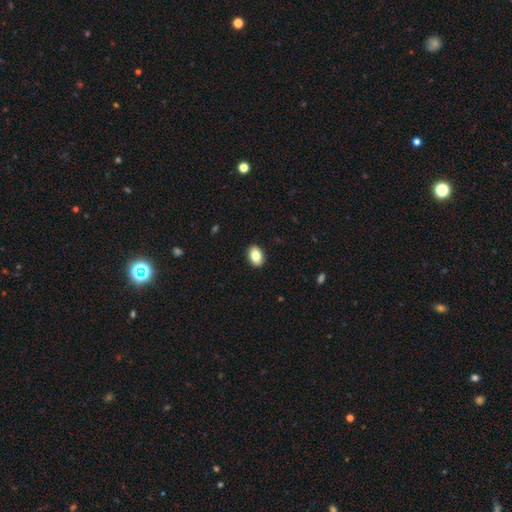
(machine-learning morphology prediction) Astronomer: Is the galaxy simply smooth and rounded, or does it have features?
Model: smooth — 83%.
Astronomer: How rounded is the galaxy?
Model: in between — 84%.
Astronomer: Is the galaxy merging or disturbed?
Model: none — 91%.